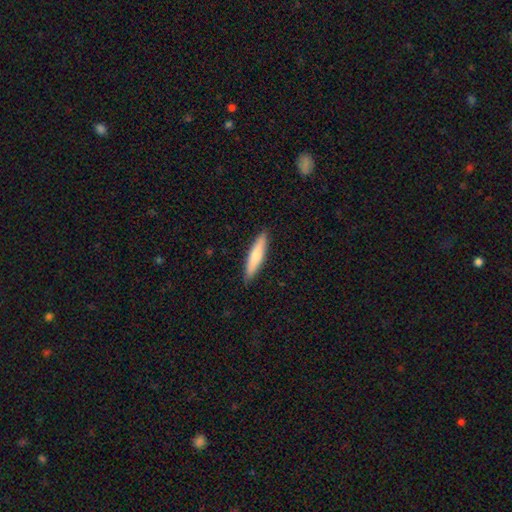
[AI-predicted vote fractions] This appears to be a smooth galaxy with no disk features (72%) that is cigar-shaped (84%). Merging: none (88%).